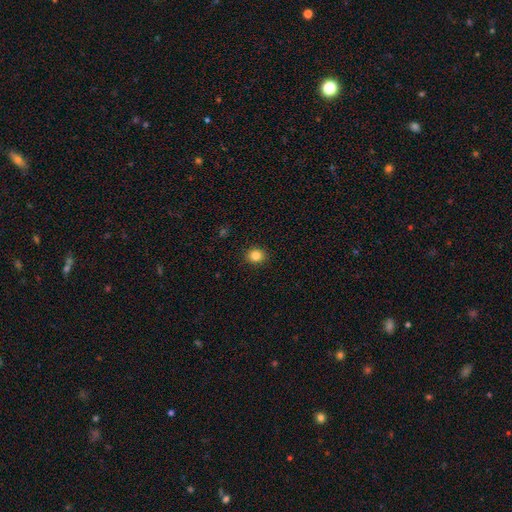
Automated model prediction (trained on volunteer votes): Q: Smooth or featured?
A: smooth (85%); runner-up: star or artifact (11%)
Q: How rounded?
A: round (80%); runner-up: in between (19%)
Q: Merging?
A: none (91%); runner-up: minor disturbance (6%)